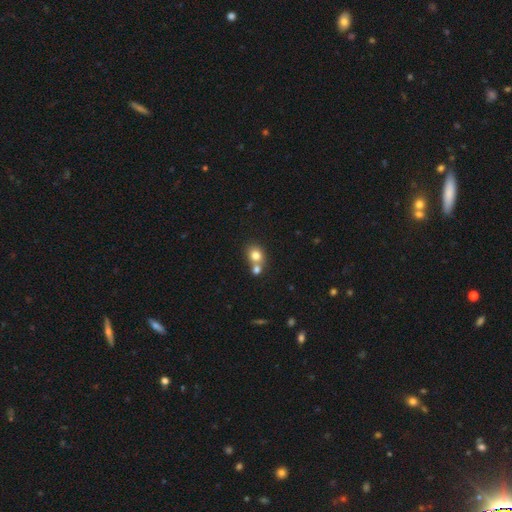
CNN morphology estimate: Smooth or featured? smooth (78%)
How rounded? round (69%)
Merging? merger (46%)